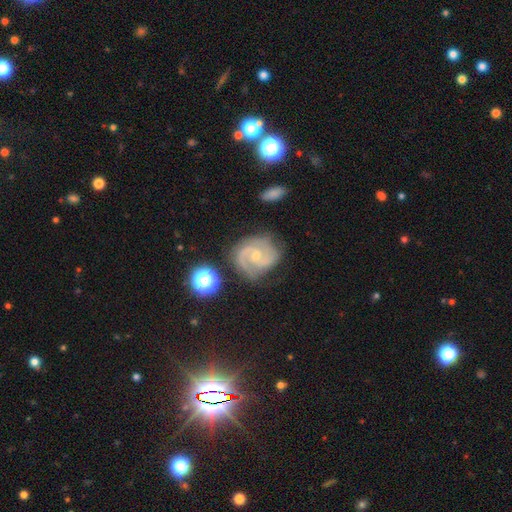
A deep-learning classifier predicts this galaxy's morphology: A featured or disk galaxy (87%) with no bar (51%), 2 (77%) medium (47%) spiral arms (98%) and a small central bulge (56%).

Vote fractions:
- Smooth or featured? featured or disk: 87% / smooth: 7% / star or artifact: 6%
- Edge-on disk? no: 98% / yes: 2%
- Bar? no: 51% / weak: 41% / strong: 8%
- Spiral arms? yes: 98% / no: 2%
- Spiral winding? medium: 47% / tight: 44% / loose: 9%
- Spiral arm count? 2: 77% / 3: 10% / can't tell: 6% / 1: 3% / 4: 2% / more than 4: 2%
- Bulge size? small: 56% / moderate: 39% / none: 2% / large: 1% / dominant: 1%
- Merging? none: 72% / minor disturbance: 19% / major disturbance: 6% / merger: 2%